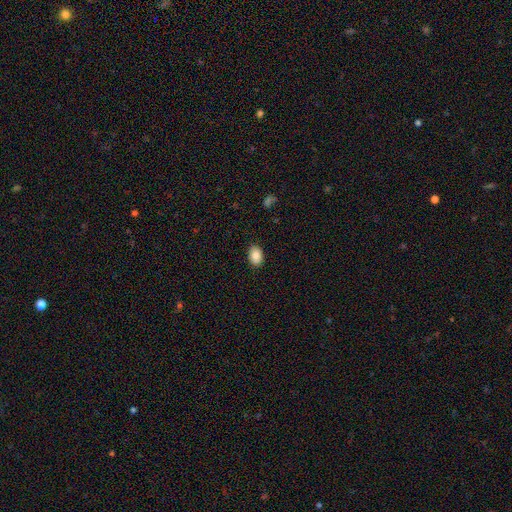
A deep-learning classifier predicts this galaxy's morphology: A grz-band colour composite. It shows a smooth galaxy with no disk features (87%) that is in between round and cigar-shaped (84%). Merging: none (88%).